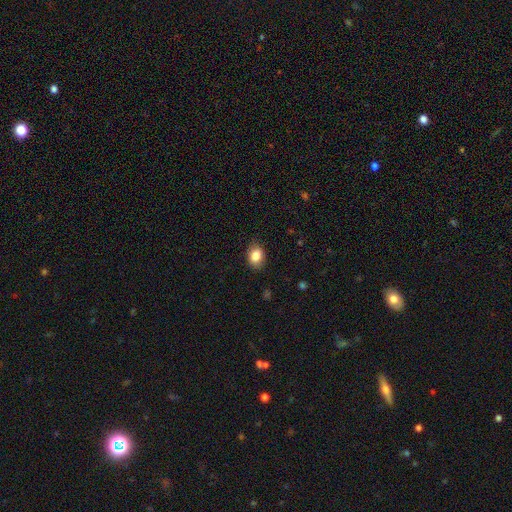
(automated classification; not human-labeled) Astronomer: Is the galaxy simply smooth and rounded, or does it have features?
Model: smooth — 85%.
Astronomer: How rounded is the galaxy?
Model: in between — 66%.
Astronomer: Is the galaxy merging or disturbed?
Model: none — 81%.